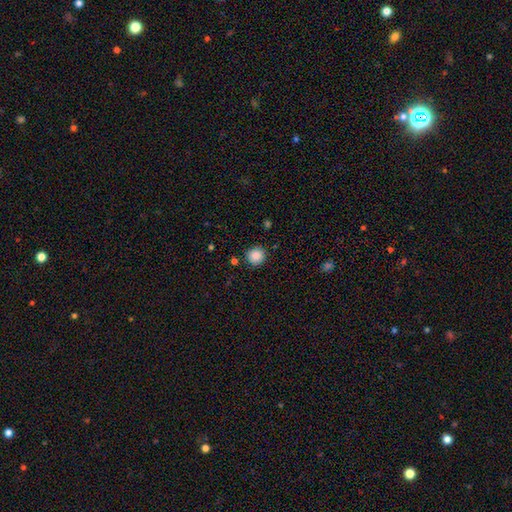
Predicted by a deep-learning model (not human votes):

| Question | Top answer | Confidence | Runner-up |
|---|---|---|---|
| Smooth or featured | smooth | 87% | star or artifact (10%) |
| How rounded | round | 92% | in between (7%) |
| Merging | none | 87% | minor disturbance (8%) |